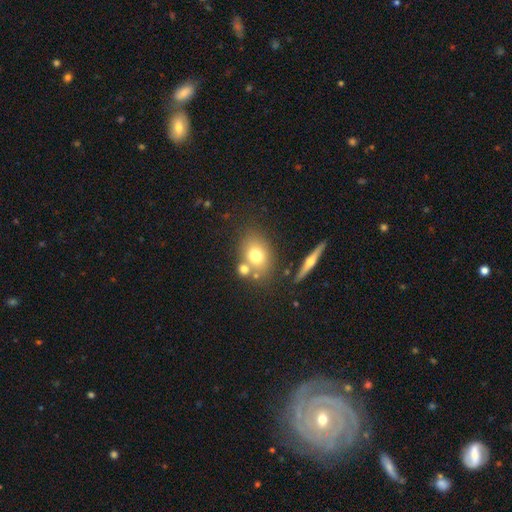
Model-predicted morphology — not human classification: Q: Smooth or featured?
A: smooth (70%); runner-up: featured or disk (20%)
Q: How rounded?
A: in between (63%); runner-up: round (34%)
Q: Merging?
A: none (62%); runner-up: merger (21%)